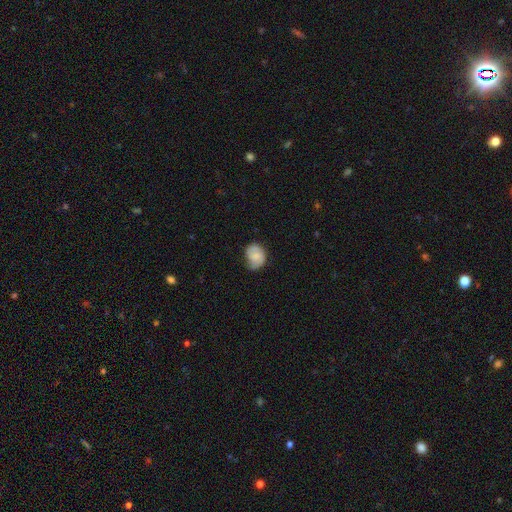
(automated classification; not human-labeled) Overall: smooth (71%). How rounded: round (54%; in between 45%). Merging: none (56%; minor disturbance 34%).